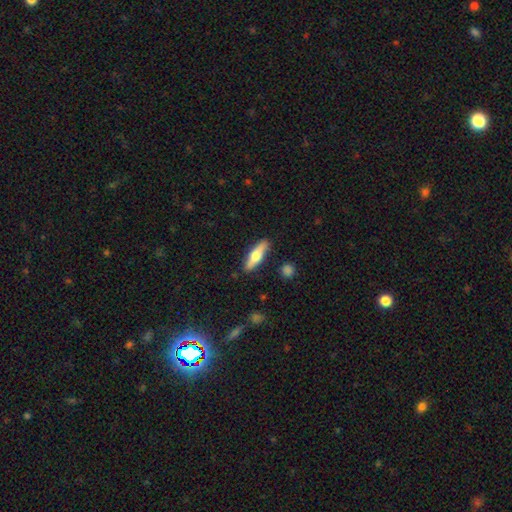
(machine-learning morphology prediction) smooth-or-featured: smooth: 55% | featured or disk: 39% | star or artifact: 5%
  how-rounded: cigar-shaped: 64% | in between: 34% | round: 2%
  merging: none: 87% | minor disturbance: 9% | major disturbance: 2% | merger: 2%